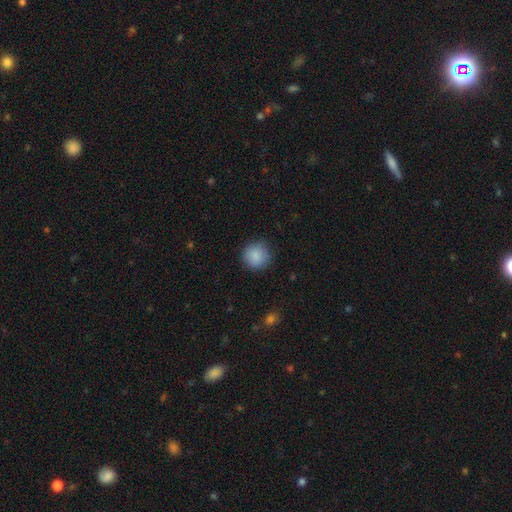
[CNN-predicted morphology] smooth 88%, star or artifact 8%, featured or disk 4%. Down the decision tree: how rounded — round (93%); merging — none (87%).